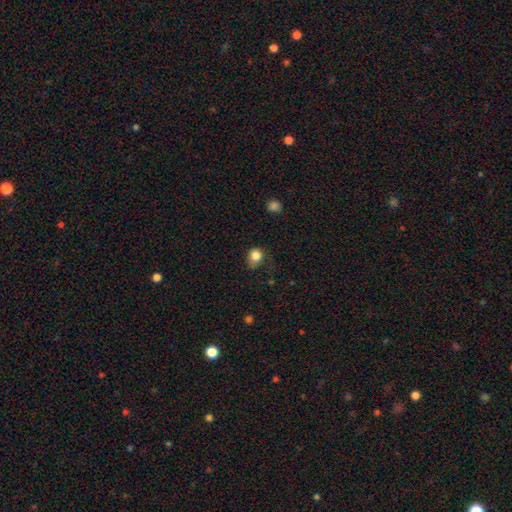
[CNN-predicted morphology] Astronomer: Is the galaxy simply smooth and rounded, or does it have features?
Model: smooth — 83%.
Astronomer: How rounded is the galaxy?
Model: round — 59% (runner-up: in between, 40%).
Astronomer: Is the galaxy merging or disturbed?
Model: none — 53% (runner-up: minor disturbance, 33%).